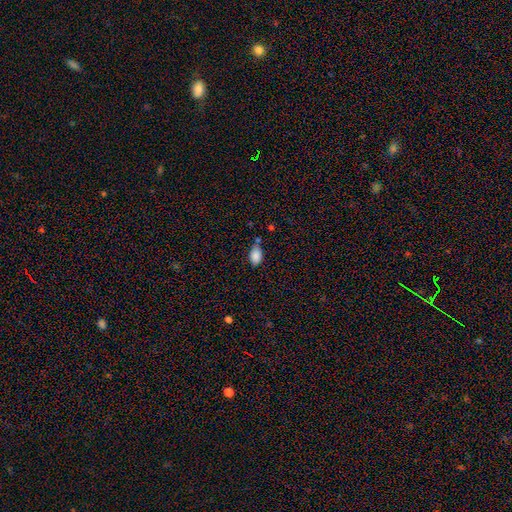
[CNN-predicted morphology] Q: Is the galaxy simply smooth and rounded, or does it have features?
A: smooth — 87%.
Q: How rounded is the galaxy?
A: in between — 90%.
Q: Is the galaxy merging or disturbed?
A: none — 56%.